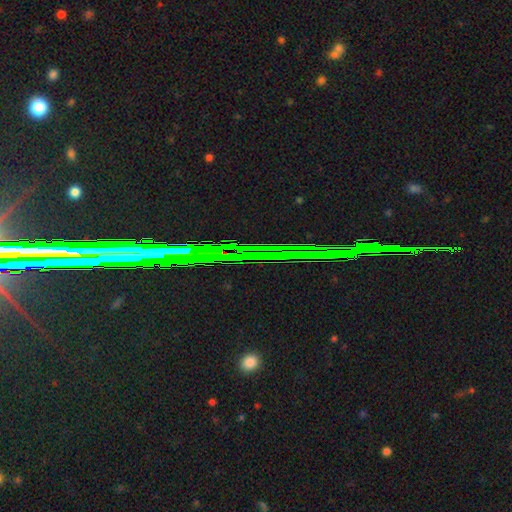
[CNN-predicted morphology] Q: Smooth or featured?
A: star or artifact (76%); runner-up: featured or disk (13%)